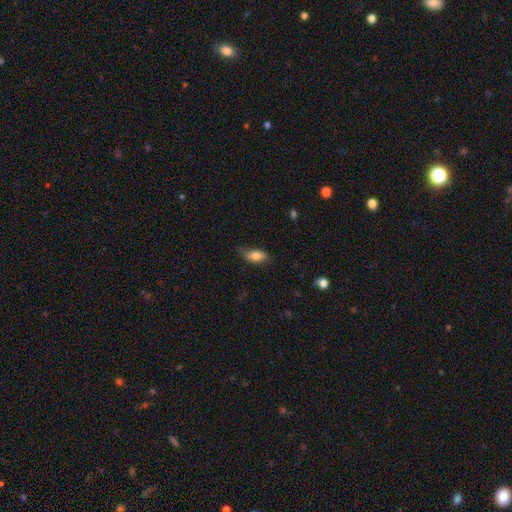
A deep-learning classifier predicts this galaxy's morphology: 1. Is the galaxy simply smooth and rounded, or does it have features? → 78% smooth, 15% featured or disk, 7% star or artifact.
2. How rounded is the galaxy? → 86% in between, 10% cigar-shaped, 4% round.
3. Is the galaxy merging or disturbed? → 67% none, 26% minor disturbance, 6% major disturbance, 1% merger.